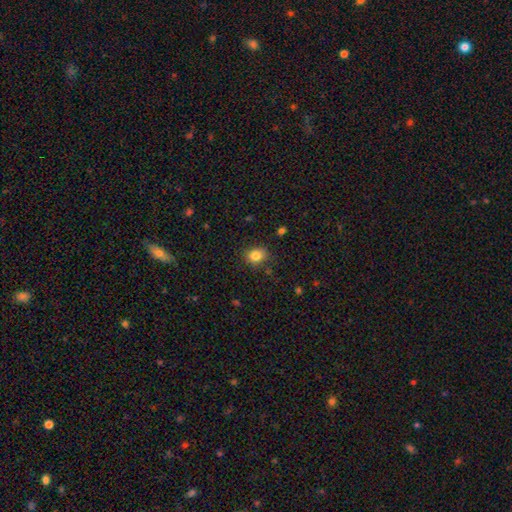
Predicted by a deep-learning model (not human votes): A smooth galaxy with no disk features (83%) that is round (61%). Merging: none (82%).